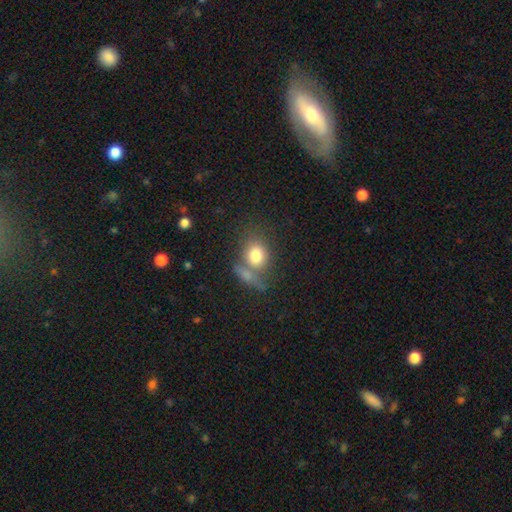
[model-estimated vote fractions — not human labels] Smooth or featured: smooth — 79% (featured or disk — 12%)
How rounded: in between — 49% (tied with round — 49%)
Merging: none — 46% (merger — 32%)